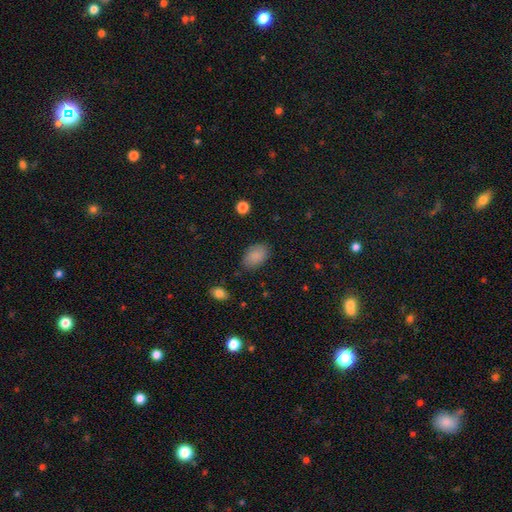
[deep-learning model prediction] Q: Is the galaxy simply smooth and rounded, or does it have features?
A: smooth — 88%.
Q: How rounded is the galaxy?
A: in between — 89%.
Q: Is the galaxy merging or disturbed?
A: none — 82%.